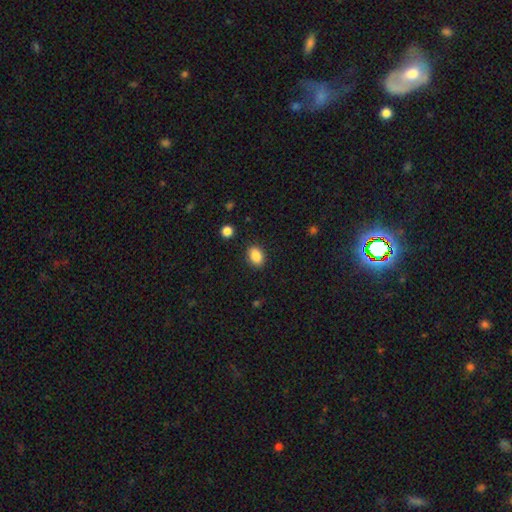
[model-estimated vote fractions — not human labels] A smooth galaxy with no disk features (88%) that is in between round and cigar-shaped (79%).

Vote fractions:
- Smooth or featured? smooth: 88% / star or artifact: 8% / featured or disk: 4%
- How rounded? in between: 79% / round: 19% / cigar-shaped: 1%
- Merging? none: 88% / minor disturbance: 8% / major disturbance: 2% / merger: 1%